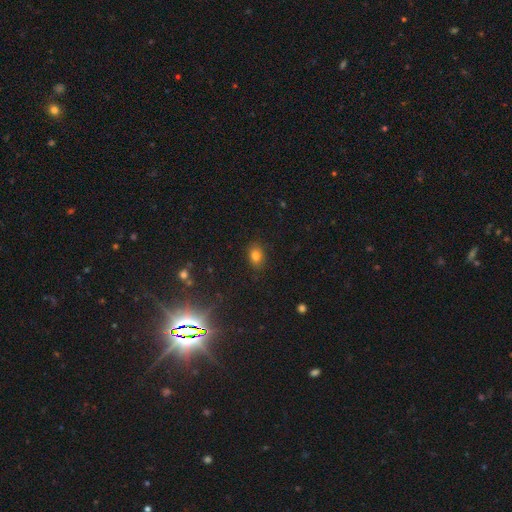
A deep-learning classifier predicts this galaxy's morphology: smooth_or_featured: smooth (p=0.79) [alt: star or artifact p=0.14]
how_rounded: in between (p=0.67) [alt: round p=0.32]
merging: none (p=0.85) [alt: minor disturbance p=0.11]